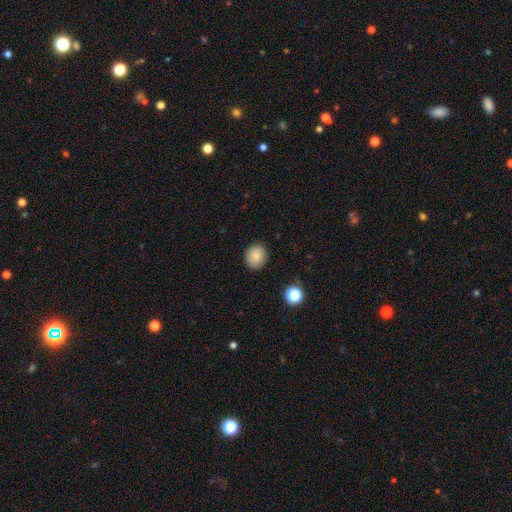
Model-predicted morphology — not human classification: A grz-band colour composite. It shows a smooth galaxy with no disk features (87%) that is round (74%). Merging: none (89%).